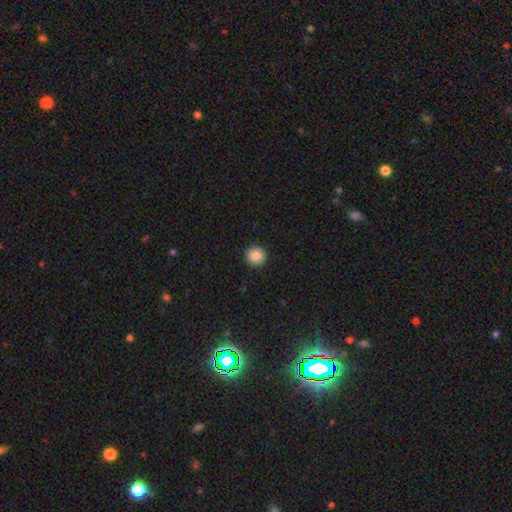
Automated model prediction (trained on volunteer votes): smooth 86%, star or artifact 9%, featured or disk 5%. Down the decision tree: how rounded — round (93%); merging — none (93%).